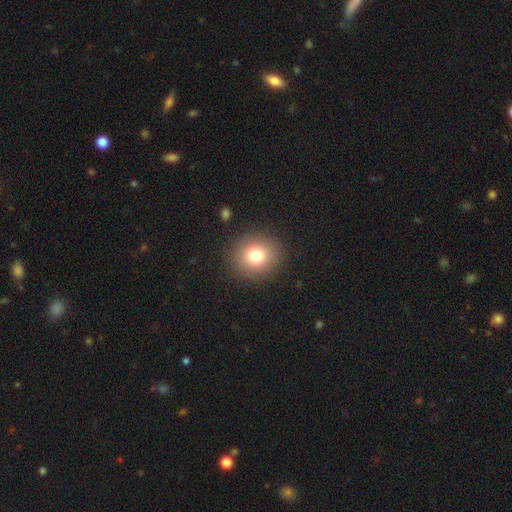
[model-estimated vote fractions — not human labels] Q: Smooth or featured?
A: smooth (79%); runner-up: star or artifact (12%)
Q: How rounded?
A: round (82%); runner-up: in between (18%)
Q: Merging?
A: none (89%); runner-up: minor disturbance (7%)